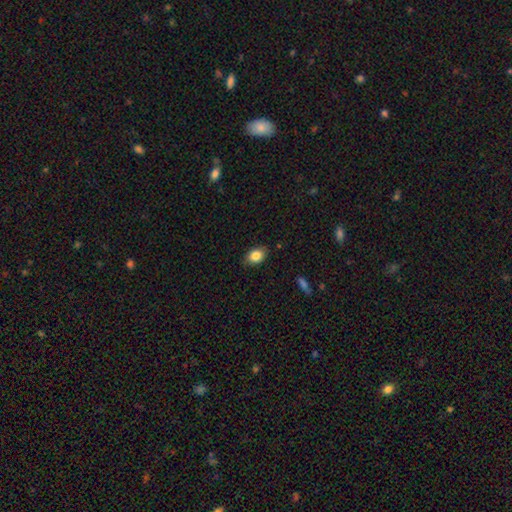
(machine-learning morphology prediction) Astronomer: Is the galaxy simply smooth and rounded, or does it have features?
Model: smooth — 84%.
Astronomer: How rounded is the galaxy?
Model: in between — 77%.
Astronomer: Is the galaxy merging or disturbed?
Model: none — 82%.